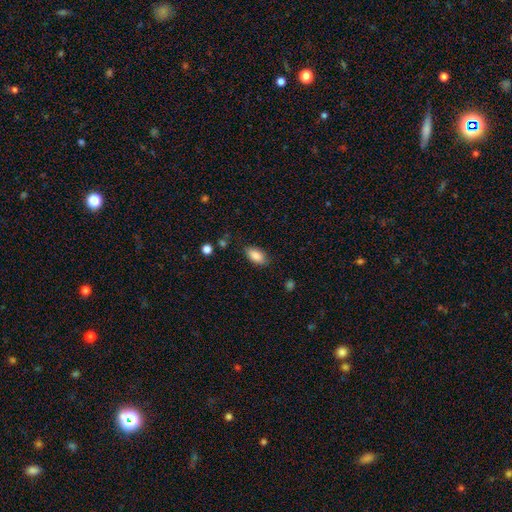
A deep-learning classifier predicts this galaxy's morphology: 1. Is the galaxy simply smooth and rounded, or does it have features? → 88% smooth, 7% star or artifact, 5% featured or disk.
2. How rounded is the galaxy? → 92% in between, 4% round, 4% cigar-shaped.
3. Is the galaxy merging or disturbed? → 83% none, 13% minor disturbance, 3% major disturbance, 1% merger.